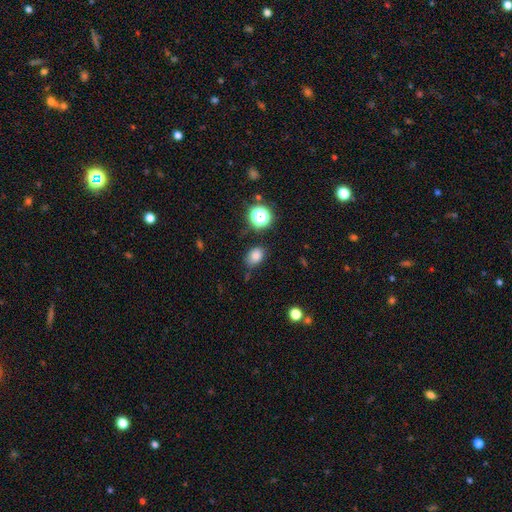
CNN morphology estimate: This appears to be a smooth galaxy with no disk features (79%) that is in between round and cigar-shaped (69%). Merging: none (71%).